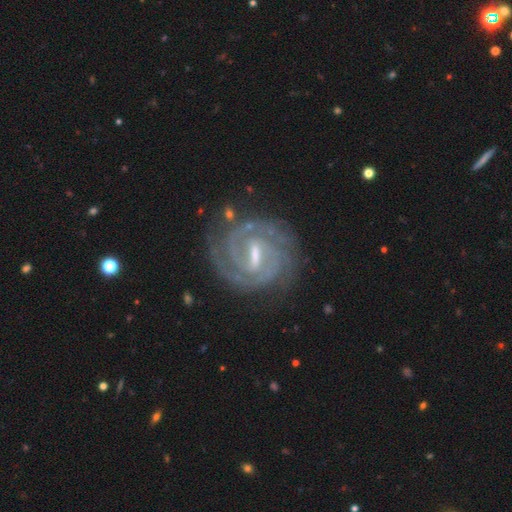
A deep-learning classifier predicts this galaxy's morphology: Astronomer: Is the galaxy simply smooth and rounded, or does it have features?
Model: featured or disk — 92%.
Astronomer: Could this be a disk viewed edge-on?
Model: no — 97%.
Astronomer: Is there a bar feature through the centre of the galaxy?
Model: strong — 58% (runner-up: weak, 37%).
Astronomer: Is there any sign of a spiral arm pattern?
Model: yes — 98%.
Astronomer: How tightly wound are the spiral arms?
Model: tight — 73%.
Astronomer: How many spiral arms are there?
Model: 2 — 61%.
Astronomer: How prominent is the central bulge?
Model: small — 46% (runner-up: moderate, 40%).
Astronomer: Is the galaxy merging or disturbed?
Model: none — 79%.